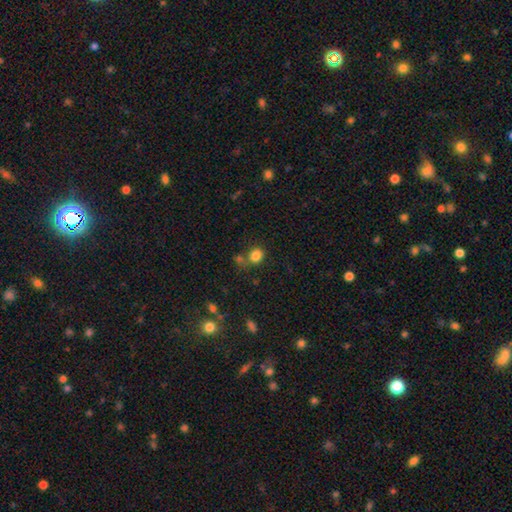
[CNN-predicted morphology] The model was most divided on "how rounded": round: 58%, in between: 41%, cigar-shaped: 1%. More confident: smooth or featured — smooth (83%); merging — none (64%).